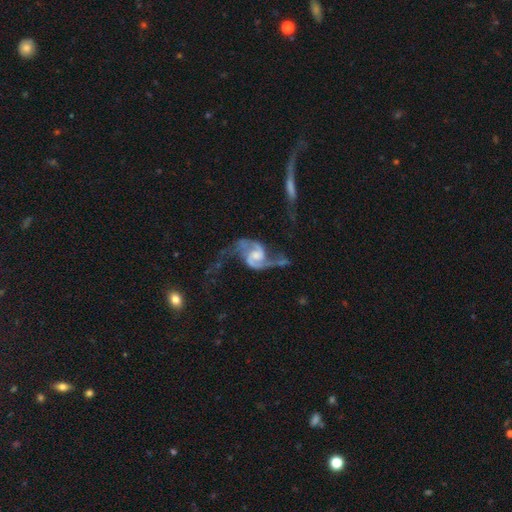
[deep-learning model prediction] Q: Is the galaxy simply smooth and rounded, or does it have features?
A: featured or disk — 92%.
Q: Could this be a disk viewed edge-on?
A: no — 98%.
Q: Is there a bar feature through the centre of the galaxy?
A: no — 48%.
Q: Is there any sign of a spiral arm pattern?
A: yes — 98%.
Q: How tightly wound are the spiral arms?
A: loose — 53%.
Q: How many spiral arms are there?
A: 2 — 93%.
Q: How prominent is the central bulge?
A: moderate — 41%.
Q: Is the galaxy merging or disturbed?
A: none — 46%.